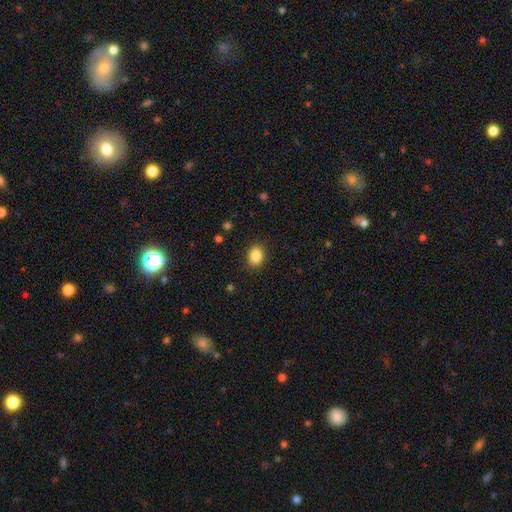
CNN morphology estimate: A smooth galaxy with no disk features (87%) that is in between round and cigar-shaped (63%). Merging: none (88%).